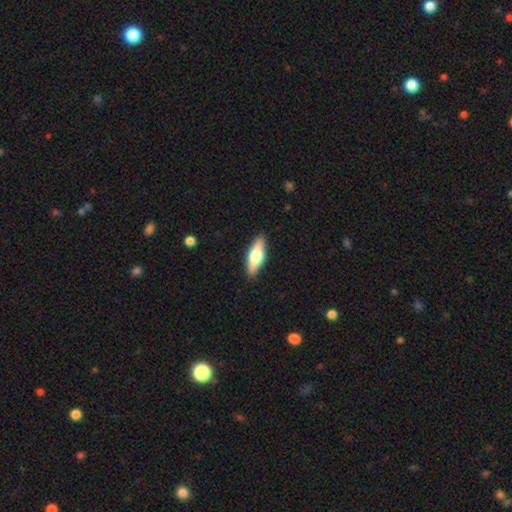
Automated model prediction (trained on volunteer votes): Smooth or featured?
  - smooth: 57% *
  - featured or disk: 38%
  - star or artifact: 6%
How rounded?
  - in between: 54% *
  - cigar-shaped: 43%
  - round: 2%
Merging?
  - none: 89% *
  - minor disturbance: 8%
  - major disturbance: 2%
  - merger: 1%